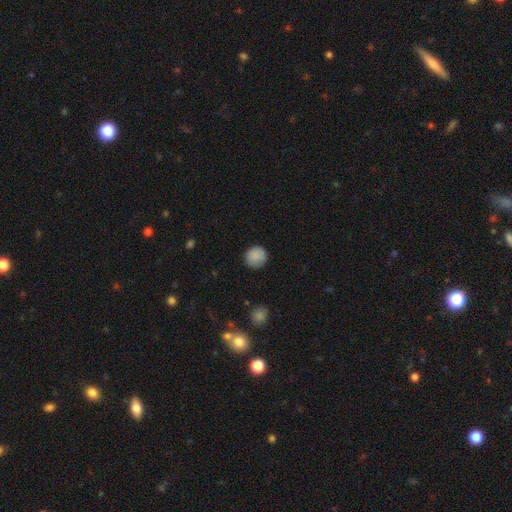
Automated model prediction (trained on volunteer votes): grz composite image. It shows a smooth galaxy with no disk features (88%) that is round (93%). Merging: none (87%).